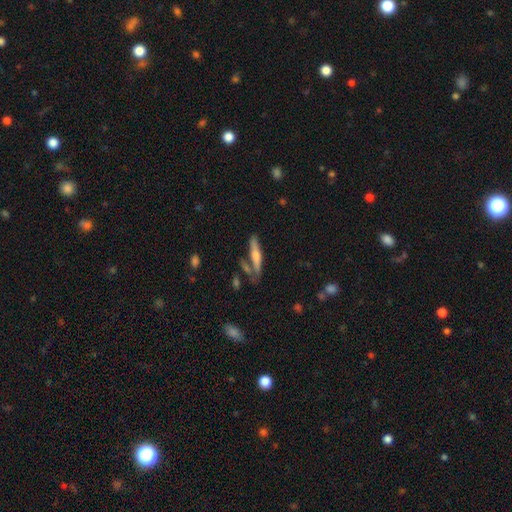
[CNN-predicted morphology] This appears to be a featured or disk galaxy (47%). Merging: none (65%).